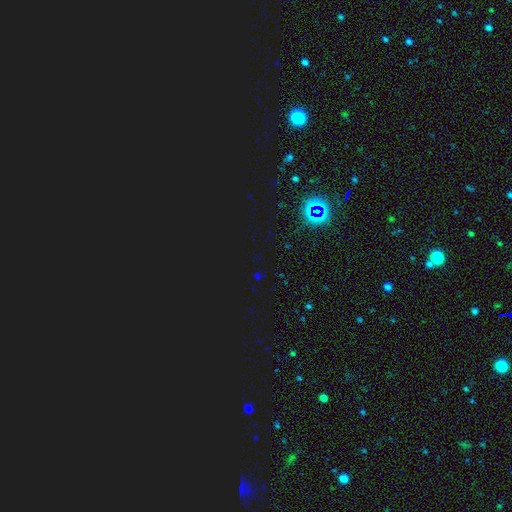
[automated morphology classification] A star or artifact, not a galaxy (80%).